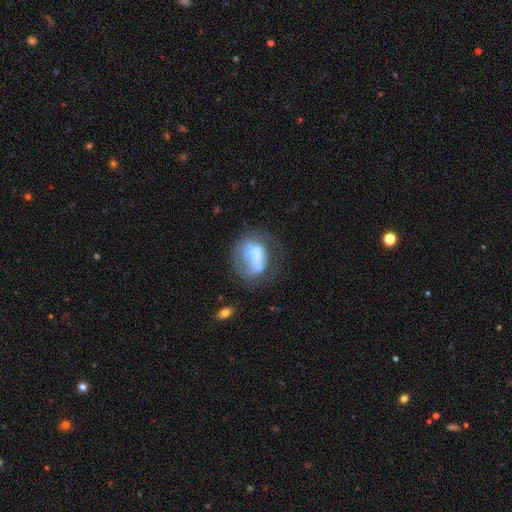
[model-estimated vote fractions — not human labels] Overall: smooth (45%, tied with featured or disk). Merging: none (37%; major disturbance 34%).